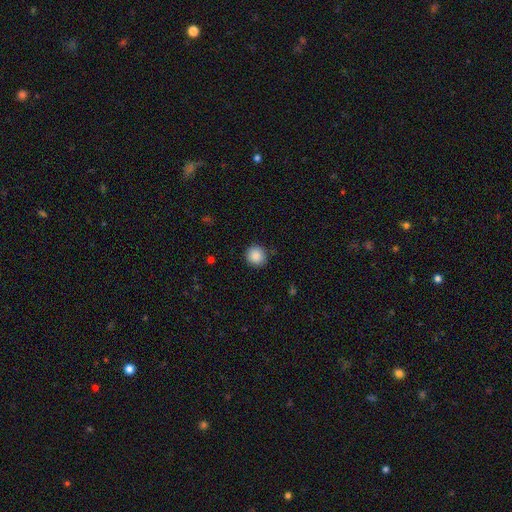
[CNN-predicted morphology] Smooth or featured?
  - smooth: 88% *
  - star or artifact: 8%
  - featured or disk: 3%
How rounded?
  - round: 91% *
  - in between: 8%
  - cigar-shaped: 1%
Merging?
  - none: 88% *
  - minor disturbance: 8%
  - major disturbance: 2%
  - merger: 1%